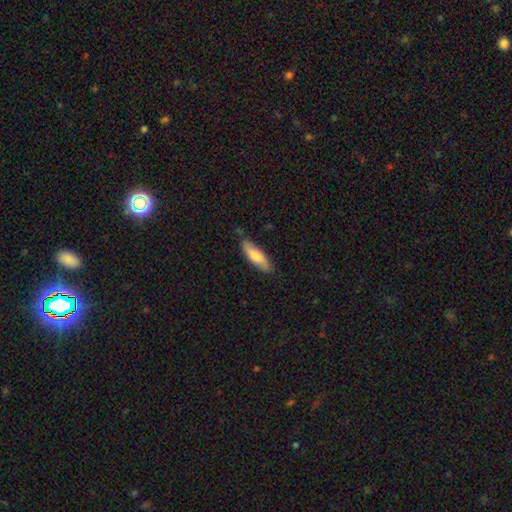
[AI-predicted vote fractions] smooth-or-featured: smooth: 72% | featured or disk: 22% | star or artifact: 6%
  how-rounded: in between: 50% | cigar-shaped: 48% | round: 2%
  merging: none: 78% | minor disturbance: 17% | major disturbance: 3% | merger: 2%